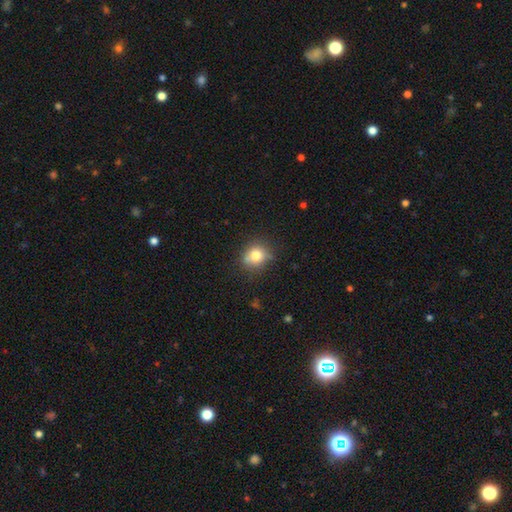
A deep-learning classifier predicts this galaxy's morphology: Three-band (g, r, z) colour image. It shows a smooth galaxy with no disk features (77%) that is round (72%). Merging: none (71%).